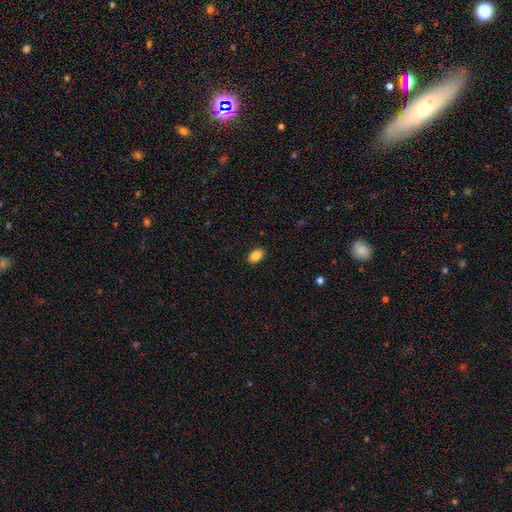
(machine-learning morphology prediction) The model was most divided on "how rounded": in between: 87%, round: 12%, cigar-shaped: 1%. More confident: merging — none (89%); smooth or featured — smooth (87%).